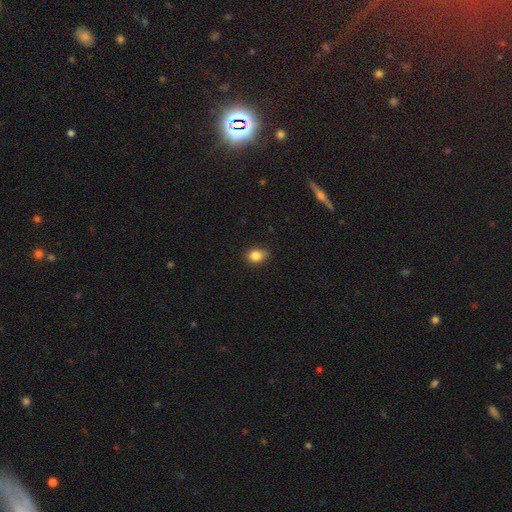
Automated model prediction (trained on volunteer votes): Q: Smooth or featured?
A: smooth (83%); runner-up: star or artifact (11%)
Q: How rounded?
A: round (54%); runner-up: in between (45%)
Q: Merging?
A: none (67%); runner-up: minor disturbance (27%)